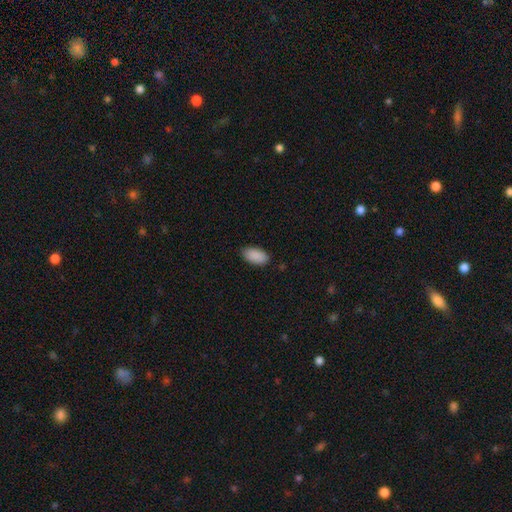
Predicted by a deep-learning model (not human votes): smooth-or-featured: smooth: 90% | star or artifact: 7% | featured or disk: 3%
  how-rounded: in between: 95% | round: 3% | cigar-shaped: 2%
  merging: none: 85% | minor disturbance: 12% | major disturbance: 2% | merger: 1%